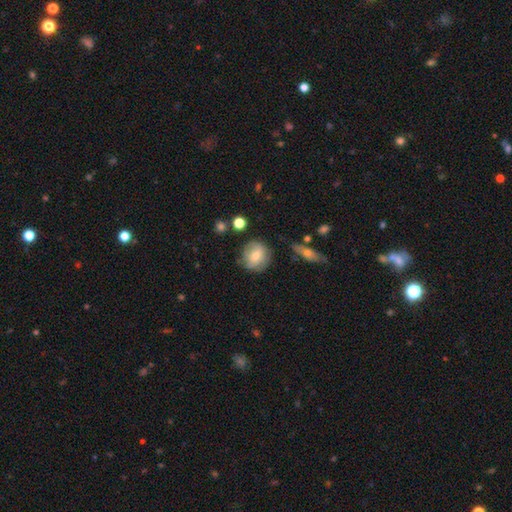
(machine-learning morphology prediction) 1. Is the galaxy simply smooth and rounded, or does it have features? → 62% smooth, 30% featured or disk, 8% star or artifact.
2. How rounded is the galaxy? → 85% round, 13% in between, 1% cigar-shaped.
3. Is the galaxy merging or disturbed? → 69% none, 21% minor disturbance, 6% major disturbance, 3% merger.